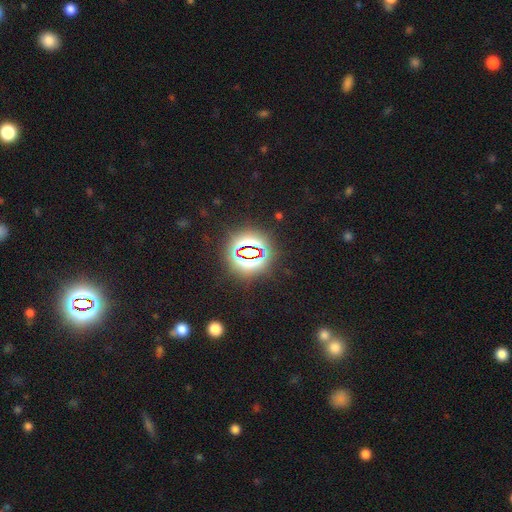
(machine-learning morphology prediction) This appears to be a star or artifact, not a galaxy (76%).